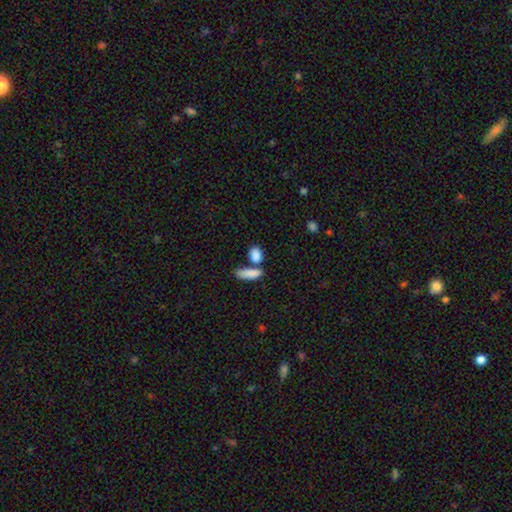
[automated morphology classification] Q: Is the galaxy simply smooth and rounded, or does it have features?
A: smooth — 87%.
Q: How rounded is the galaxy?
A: in between — 74%.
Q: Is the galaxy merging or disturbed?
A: none — 56%.